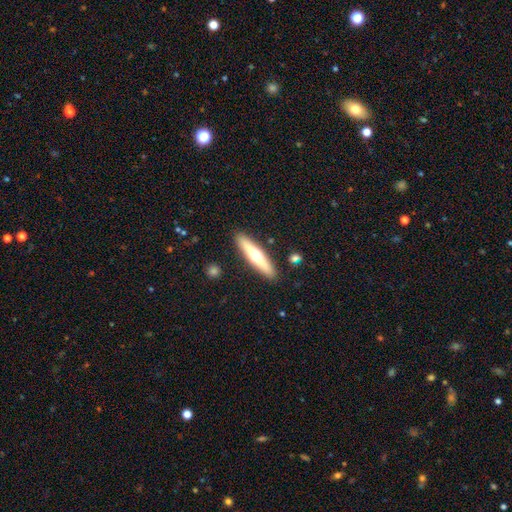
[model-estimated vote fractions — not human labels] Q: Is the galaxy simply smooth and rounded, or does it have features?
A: featured or disk — 52%.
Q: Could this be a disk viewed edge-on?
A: yes — 93%.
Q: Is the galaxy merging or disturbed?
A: none — 90%.